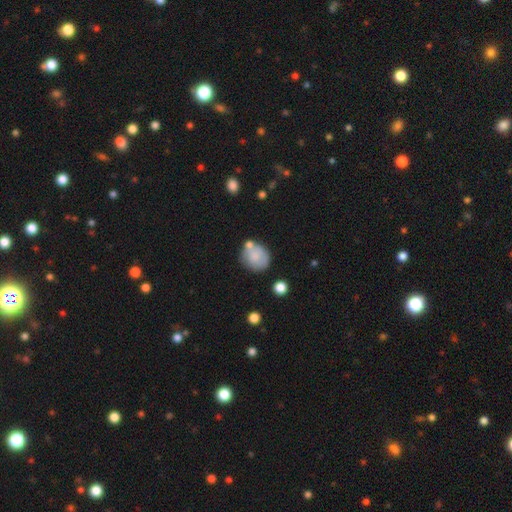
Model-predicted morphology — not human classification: Overall: smooth (77%). How rounded: round (76%). Merging: none (56%; minor disturbance 20%).